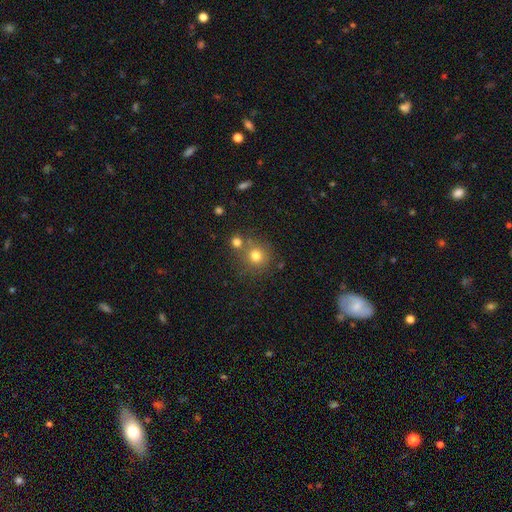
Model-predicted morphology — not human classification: This appears to be a smooth galaxy with no disk features (77%) that is round (90%). Merging: none (69%).